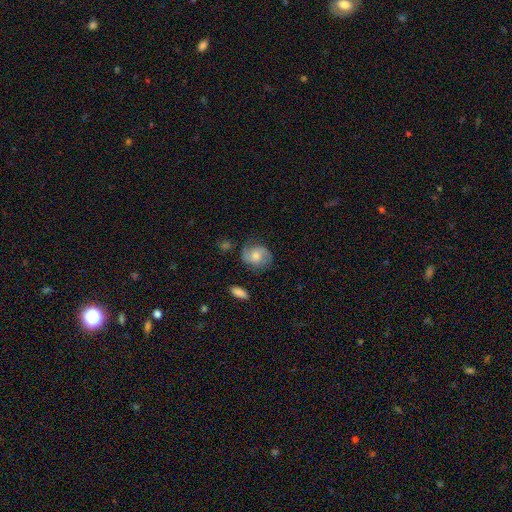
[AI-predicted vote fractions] Overall: featured or disk (61%; smooth 31%). Edge-on disk: no (97%). Bar: no (65%; weak 30%). Spiral arms: yes (92%). Spiral arm count: 2 (84%). Spiral winding: medium (47%; tight 31%). Bulge size: moderate (57%; small 22%). Merging: none (72%).